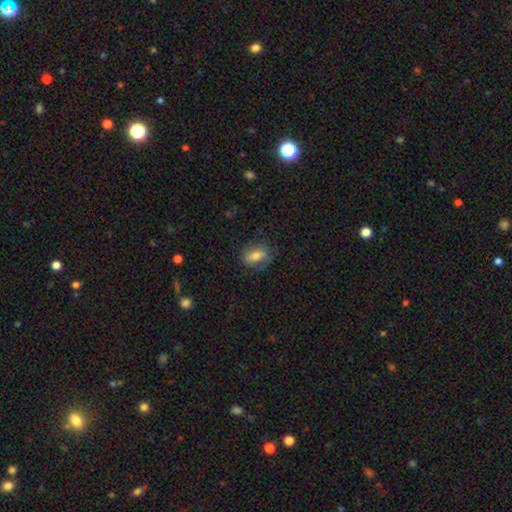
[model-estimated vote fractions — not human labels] smooth_or_featured: smooth (p=0.68) [alt: featured or disk p=0.23]
how_rounded: in between (p=0.80) [alt: round p=0.18]
merging: none (p=0.70) [alt: minor disturbance p=0.20]